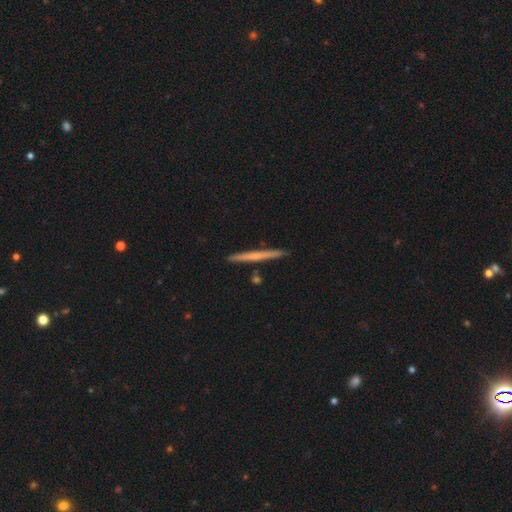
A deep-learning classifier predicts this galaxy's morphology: Overall: smooth (48%; featured or disk 46%). Merging: none (91%).